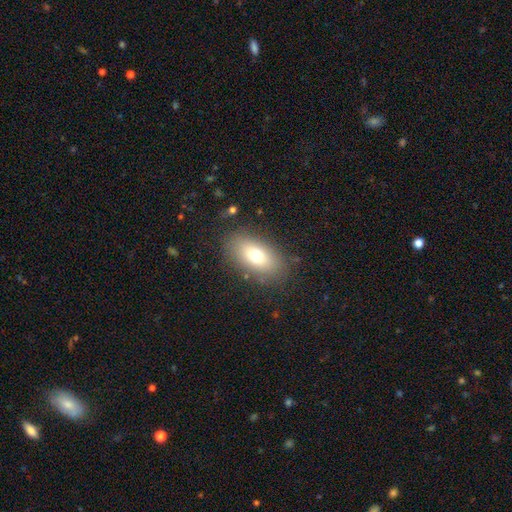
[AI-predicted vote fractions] This appears to be a smooth galaxy with no disk features (73%) that is in between round and cigar-shaped (88%). Merging: none (82%).